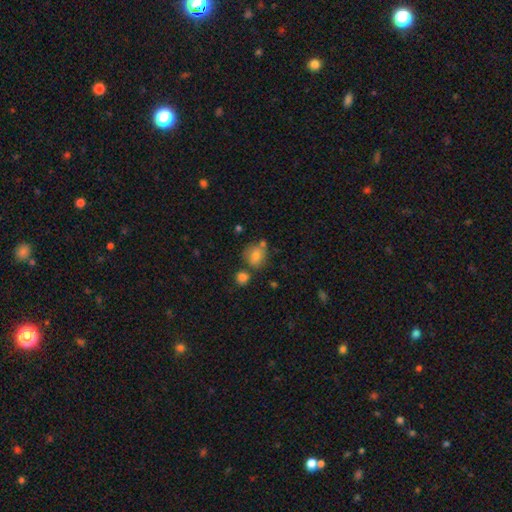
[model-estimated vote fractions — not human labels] Morphology: type=smooth (75%); roundness=round (73%); merging=none (59%).